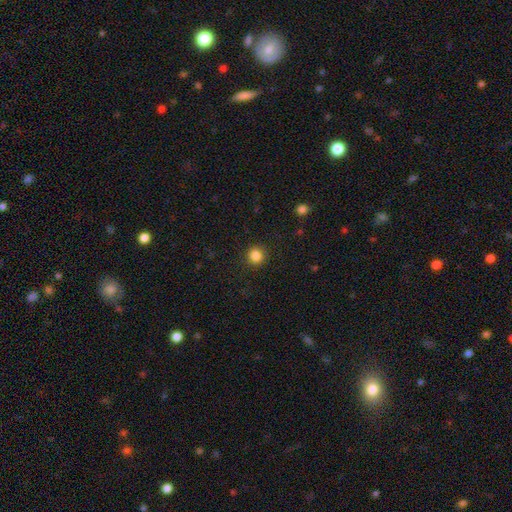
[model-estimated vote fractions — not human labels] A smooth galaxy with no disk features (85%) that is round (93%).

Vote fractions:
- Smooth or featured? smooth: 85% / star or artifact: 11% / featured or disk: 4%
- How rounded? round: 93% / in between: 6% / cigar-shaped: 1%
- Merging? none: 91% / minor disturbance: 6% / major disturbance: 2% / merger: 1%